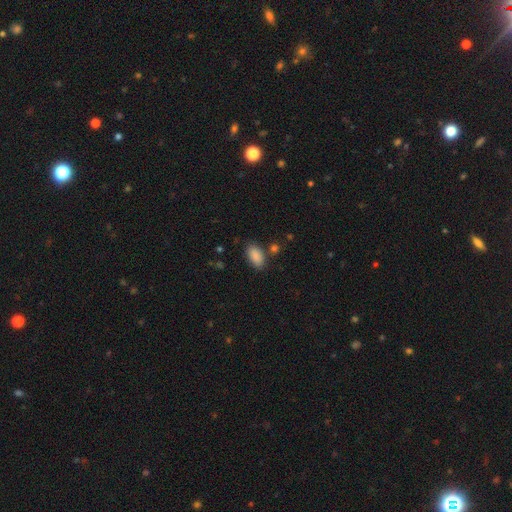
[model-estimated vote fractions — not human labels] A smooth galaxy with no disk features (89%) that is in between round and cigar-shaped (93%). Merging: none (80%).